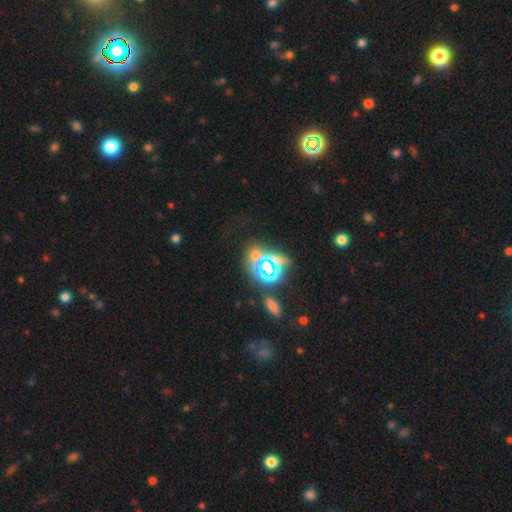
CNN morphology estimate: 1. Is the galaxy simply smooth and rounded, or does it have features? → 65% star or artifact, 24% smooth, 11% featured or disk.